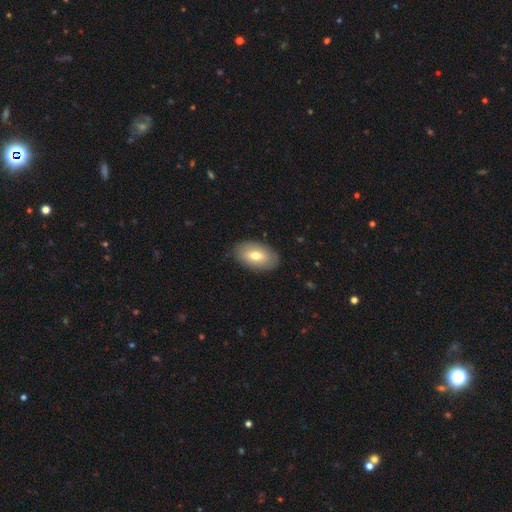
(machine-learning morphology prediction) smooth_or_featured: smooth (p=0.70) [alt: featured or disk p=0.23]
how_rounded: in between (p=0.93) [alt: round p=0.05]
merging: none (p=0.87) [alt: minor disturbance p=0.09]